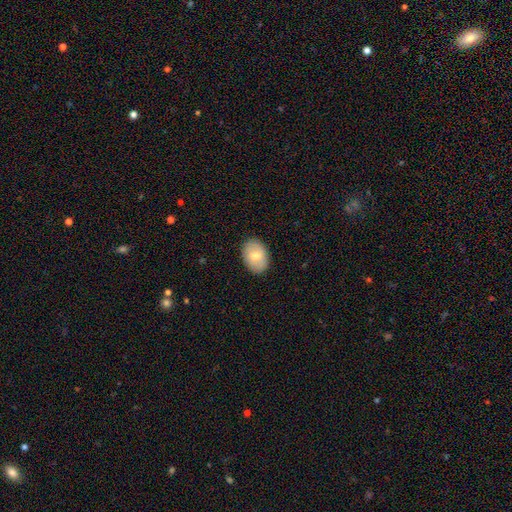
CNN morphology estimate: A smooth galaxy with no disk features (73%) that is in between round and cigar-shaped (79%).

Vote fractions:
- Smooth or featured? smooth: 73% / featured or disk: 20% / star or artifact: 7%
- How rounded? in between: 79% / round: 20% / cigar-shaped: 1%
- Merging? none: 88% / minor disturbance: 9% / major disturbance: 2% / merger: 1%